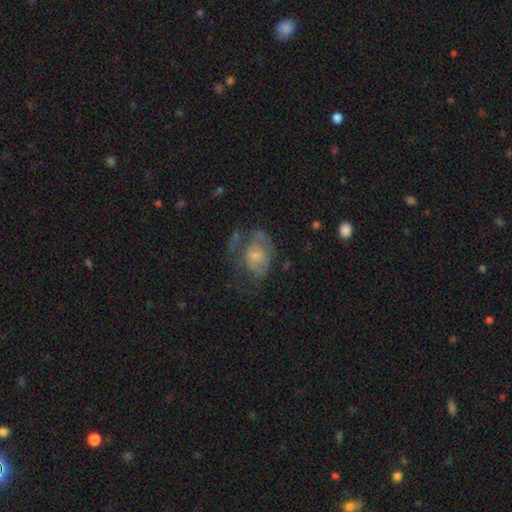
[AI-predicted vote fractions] Overall: featured or disk (47%; smooth 43%). Merging: none (36%; major disturbance 34%).